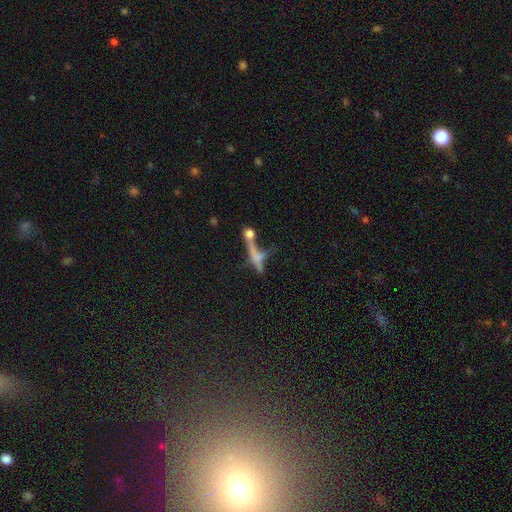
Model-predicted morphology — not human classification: Q: Smooth or featured?
A: smooth (44%); runner-up: featured or disk (39%)
Q: Merging?
A: merger (39%); runner-up: none (31%)